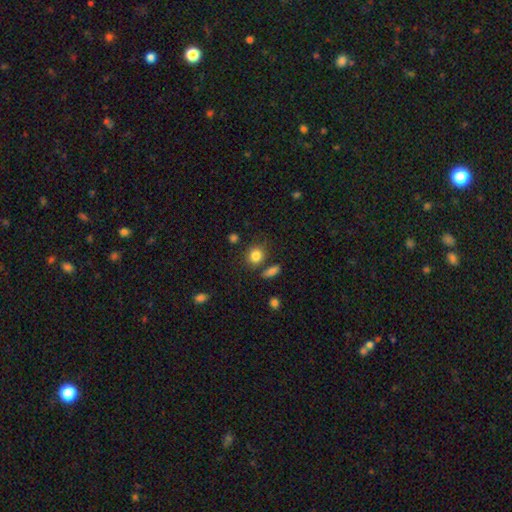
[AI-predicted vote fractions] Smooth or featured: smooth — 84% (star or artifact — 10%)
How rounded: round — 74% (in between — 24%)
Merging: none — 74% (minor disturbance — 13%)